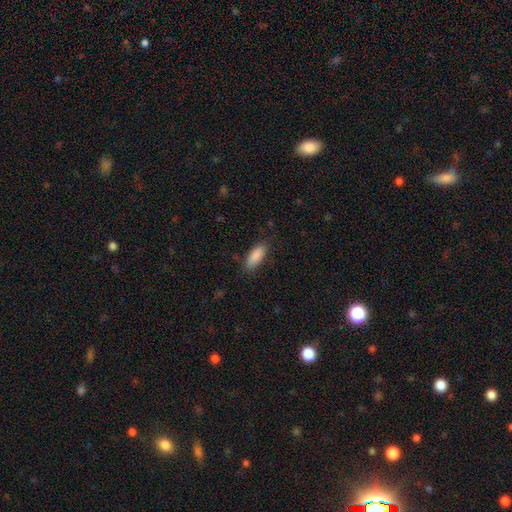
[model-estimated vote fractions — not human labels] Smooth or featured?
  - smooth: 89% *
  - star or artifact: 6%
  - featured or disk: 4%
How rounded?
  - in between: 75% *
  - cigar-shaped: 23%
  - round: 2%
Merging?
  - none: 83% *
  - minor disturbance: 13%
  - major disturbance: 3%
  - merger: 1%